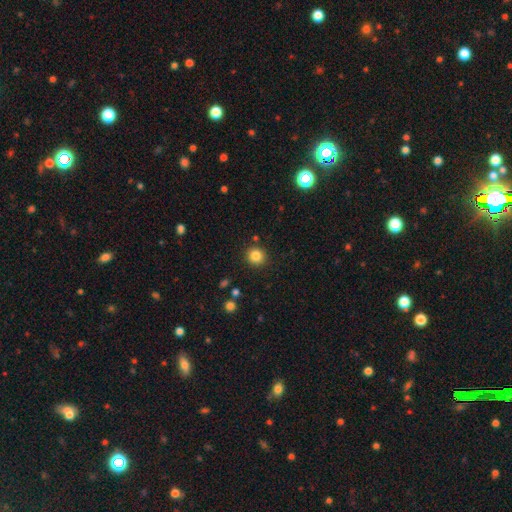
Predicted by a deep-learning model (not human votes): Q: Smooth or featured?
A: smooth (84%); runner-up: star or artifact (11%)
Q: How rounded?
A: round (91%); runner-up: in between (8%)
Q: Merging?
A: none (89%); runner-up: minor disturbance (6%)